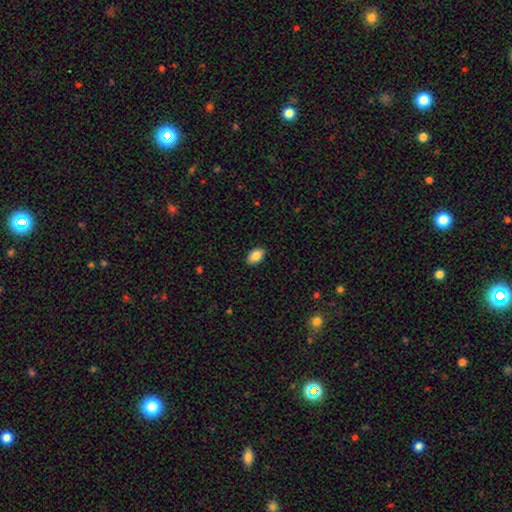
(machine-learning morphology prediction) Q: Smooth or featured?
A: smooth (86%); runner-up: star or artifact (7%)
Q: How rounded?
A: in between (91%); runner-up: round (7%)
Q: Merging?
A: none (90%); runner-up: minor disturbance (8%)